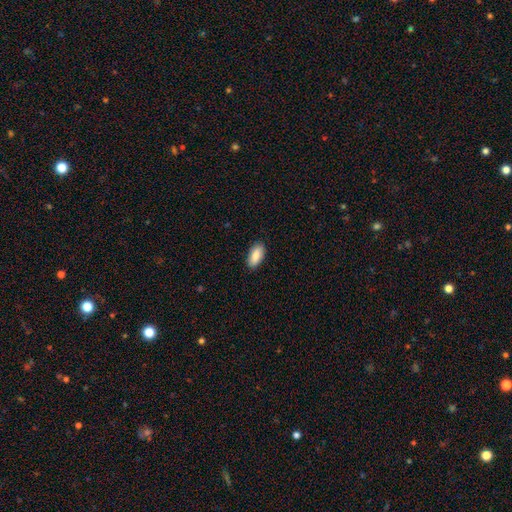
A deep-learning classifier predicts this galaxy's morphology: This appears to be a smooth galaxy with no disk features (84%) that is in between round and cigar-shaped (90%). Merging: none (88%).